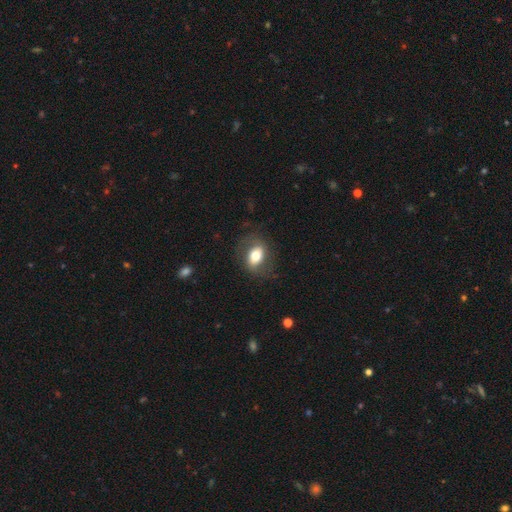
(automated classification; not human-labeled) smooth 63%, featured or disk 29%, star or artifact 8%. Down the decision tree: how rounded — in between (77%); merging — none (73%).